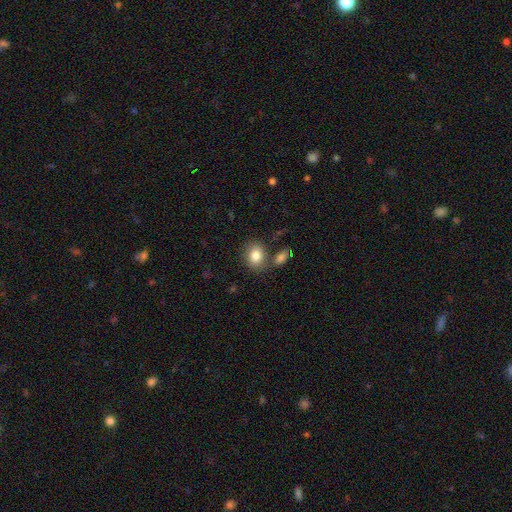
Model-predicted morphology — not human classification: smooth 83%, star or artifact 9%, featured or disk 9%. Down the decision tree: how rounded — round (55%); merging — none (72%).